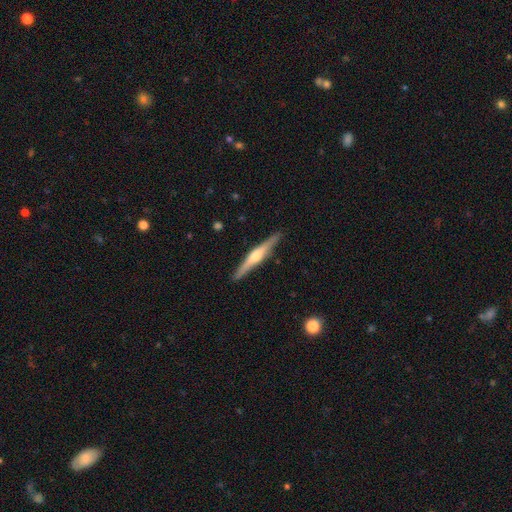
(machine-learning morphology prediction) featured or disk 72%, smooth 23%, star or artifact 5%. Down the decision tree: edge-on disk — yes (98%); edge-on bulge — rounded (86%); merging — none (90%).